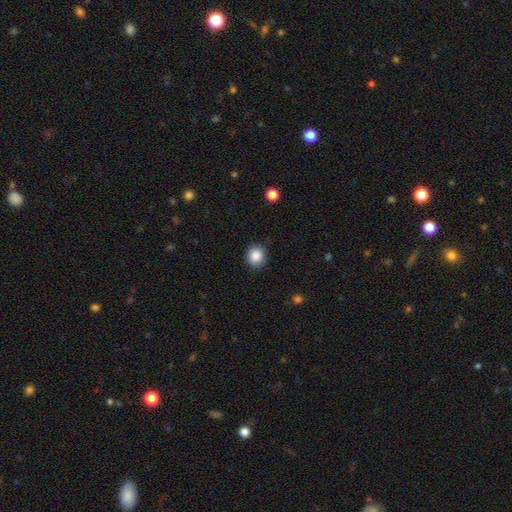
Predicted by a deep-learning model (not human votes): This appears to be a smooth galaxy with no disk features (87%) that is round (80%). Merging: none (88%).